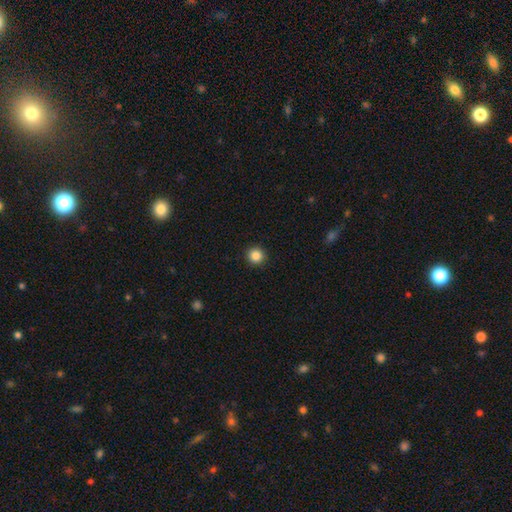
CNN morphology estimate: Overall: smooth (85%). How rounded: round (95%). Merging: none (93%).